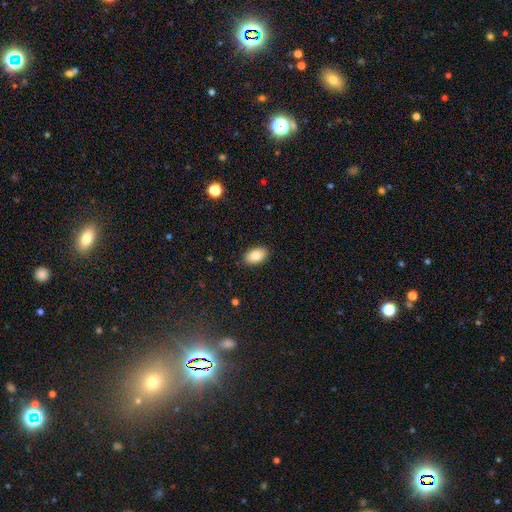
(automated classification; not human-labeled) Overall: smooth (85%). How rounded: in between (93%). Merging: none (88%).